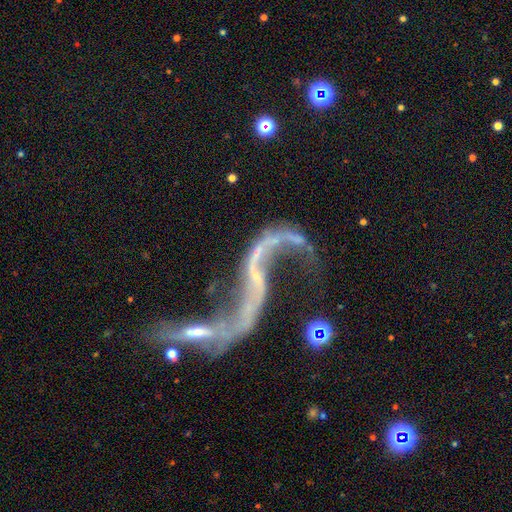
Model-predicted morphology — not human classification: A featured or disk galaxy (83%) with no bar (43%), 2 (88%) loose (95%) spiral arms (78%) and a small central bulge (55%).

Vote fractions:
- Smooth or featured? featured or disk: 83% / star or artifact: 10% / smooth: 7%
- Edge-on disk? no: 92% / yes: 8%
- Bar? no: 43% / weak: 30% / strong: 27%
- Spiral arms? yes: 78% / no: 22%
- Spiral winding? loose: 95% / medium: 3% / tight: 2%
- Spiral arm count? 2: 88% / 1: 6% / can't tell: 2% / 3: 1% / 4: 1% / more than 4: 1%
- Bulge size? small: 55% / none: 33% / moderate: 8% / large: 2% / dominant: 2%
- Merging? none: 34% / major disturbance: 26% / merger: 25% / minor disturbance: 15%